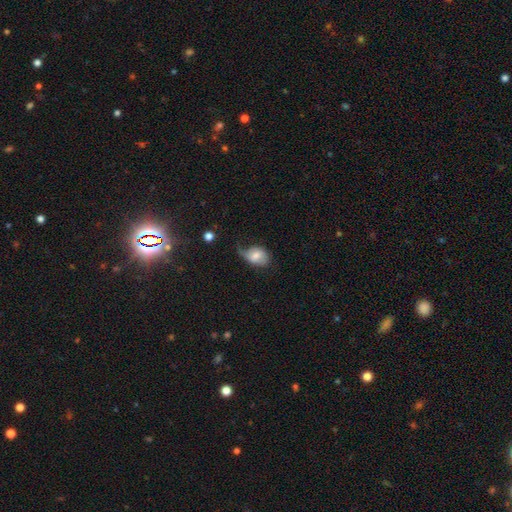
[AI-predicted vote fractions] Smooth or featured?
  - smooth: 64% *
  - featured or disk: 28%
  - star or artifact: 8%
How rounded?
  - in between: 73% *
  - round: 26%
  - cigar-shaped: 1%
Merging?
  - minor disturbance: 38% *
  - major disturbance: 30%
  - none: 29%
  - merger: 3%